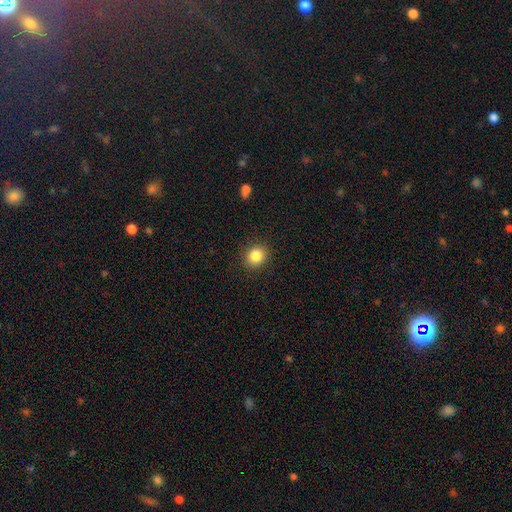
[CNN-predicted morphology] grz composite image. It shows a smooth galaxy with no disk features (85%) that is round (75%). Merging: none (89%).